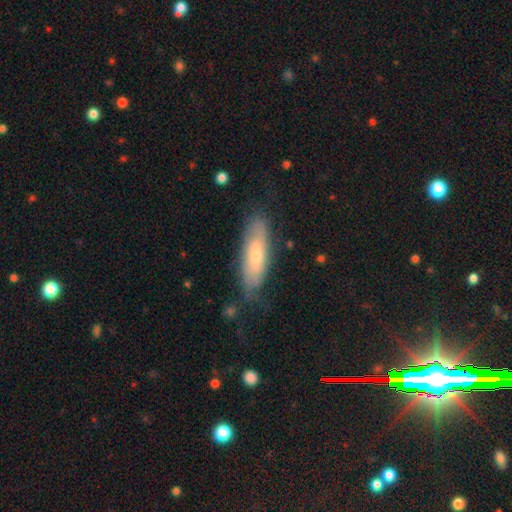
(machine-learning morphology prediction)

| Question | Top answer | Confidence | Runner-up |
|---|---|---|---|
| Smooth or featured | smooth | 51% | featured or disk (43%) |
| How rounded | in between | 52% | cigar-shaped (46%) |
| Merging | none | 70% | minor disturbance (22%) |